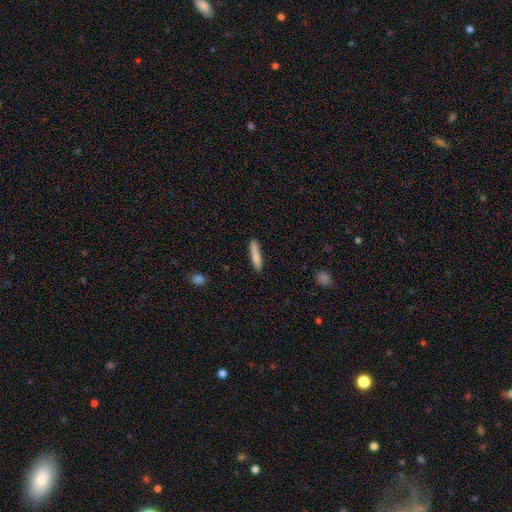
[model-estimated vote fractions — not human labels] This appears to be a smooth galaxy with no disk features (82%) that is cigar-shaped (90%). Merging: none (87%).